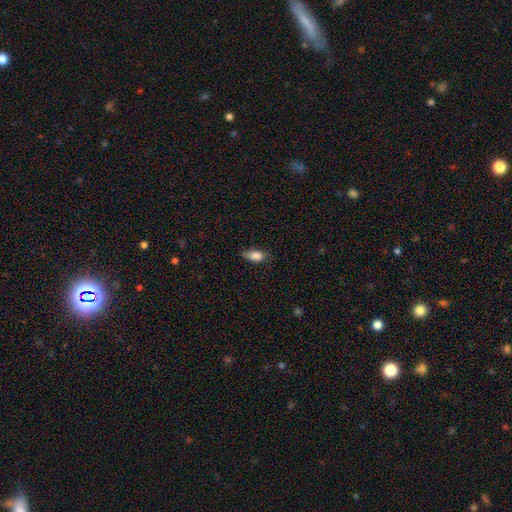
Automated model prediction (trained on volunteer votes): Smooth or featured: smooth — 83% (featured or disk — 8%)
How rounded: in between — 83% (cigar-shaped — 9%)
Merging: none — 58% (minor disturbance — 33%)